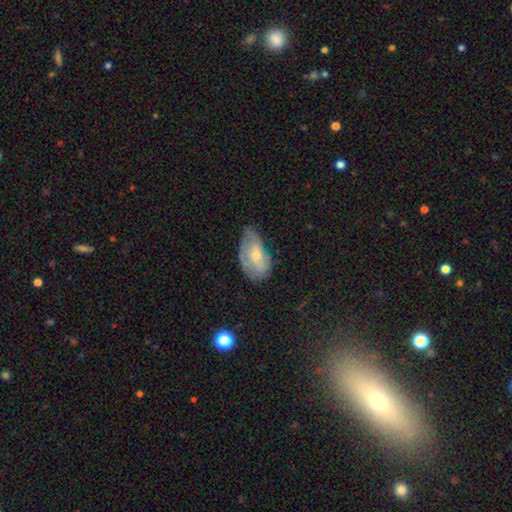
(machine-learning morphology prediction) Smooth or featured? Predicted: featured or disk (p=0.48). Merging? Predicted: none (p=0.47).